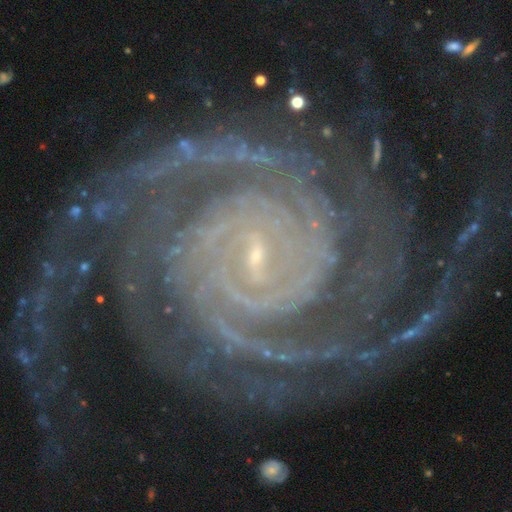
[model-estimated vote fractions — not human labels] Smooth or featured? Predicted: featured or disk (p=0.93). Edge-on disk? Predicted: no (p=0.98). Bar? Predicted: no (p=0.50). Spiral arms? Predicted: yes (p=0.99). Spiral winding? Predicted: tight (p=0.73). Spiral arm count? Predicted: 2 (p=0.62). Bulge size? Predicted: small (p=0.85). Merging? Predicted: none (p=0.75).